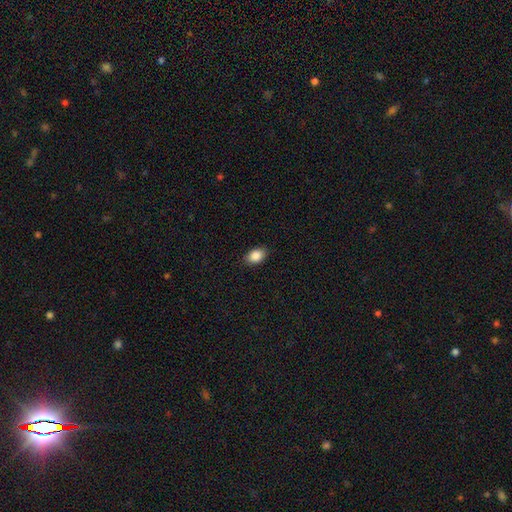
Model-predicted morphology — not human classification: Overall: smooth (88%). How rounded: in between (85%). Merging: none (88%).